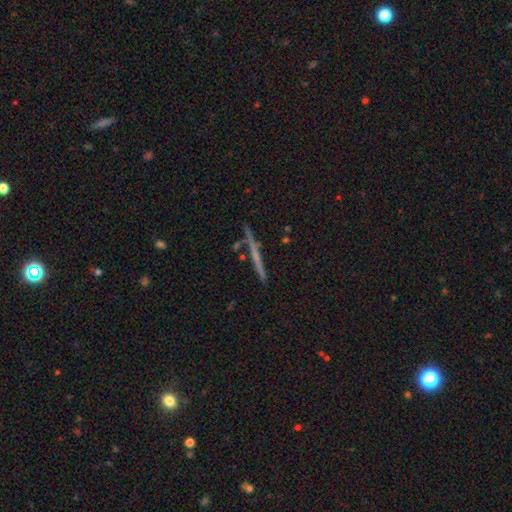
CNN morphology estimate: Smooth or featured? Predicted: featured or disk (p=0.55). Edge-on disk? Predicted: yes (p=0.97). Edge-on bulge? Predicted: none (p=0.82). Merging? Predicted: none (p=0.88).